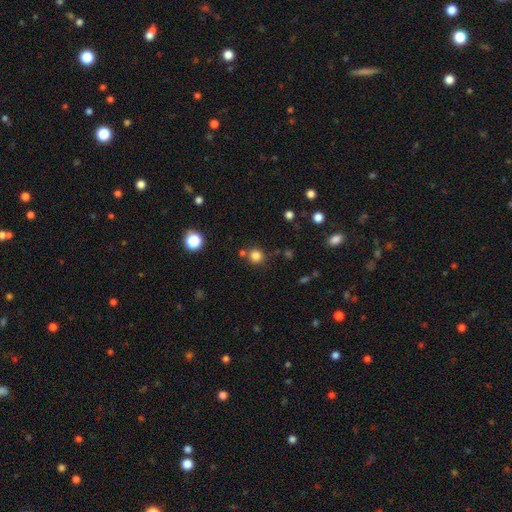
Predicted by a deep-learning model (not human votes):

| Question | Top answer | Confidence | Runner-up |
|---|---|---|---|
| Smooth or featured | smooth | 81% | star or artifact (14%) |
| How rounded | round | 93% | in between (6%) |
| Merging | none | 79% | merger (9%) |